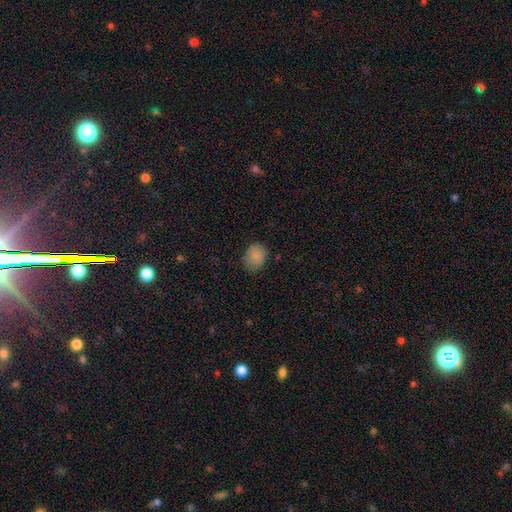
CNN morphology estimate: A smooth galaxy with no disk features (84%) that is in between round and cigar-shaped (54%). Merging: none (73%).